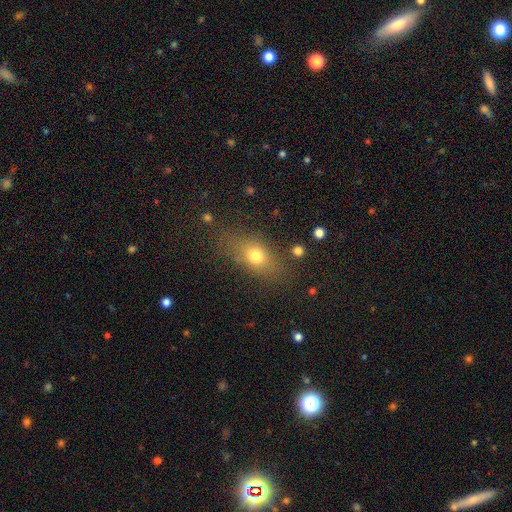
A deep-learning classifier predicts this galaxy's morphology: smooth-or-featured: smooth: 71% | featured or disk: 15% | star or artifact: 14%
  how-rounded: in between: 65% | round: 24% | cigar-shaped: 11%
  merging: none: 74% | minor disturbance: 16% | major disturbance: 8% | merger: 3%